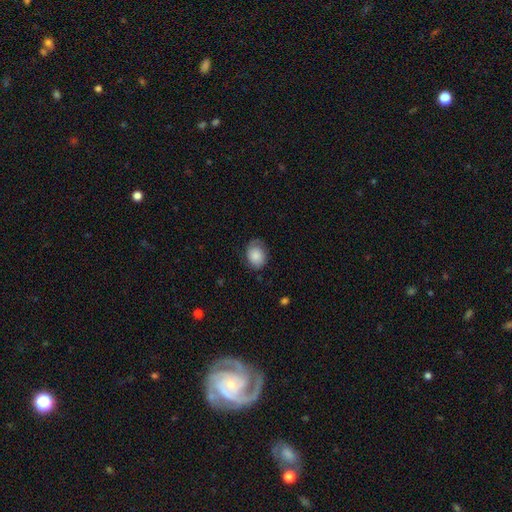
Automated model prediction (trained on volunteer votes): smooth 81%, featured or disk 11%, star or artifact 7%. Down the decision tree: how rounded — in between (54%); merging — none (68%).